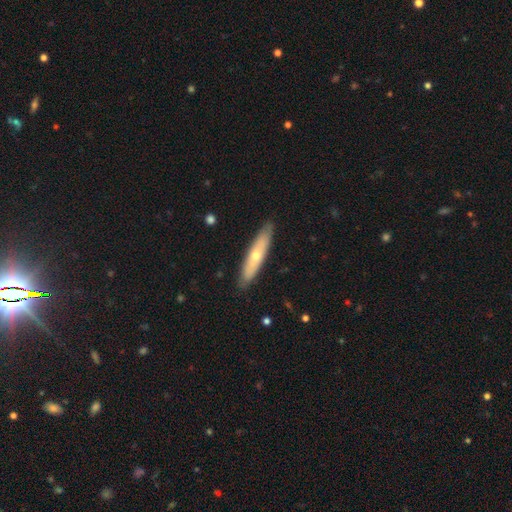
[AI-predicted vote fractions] A smooth galaxy with no disk features (49%). Merging: none (87%).